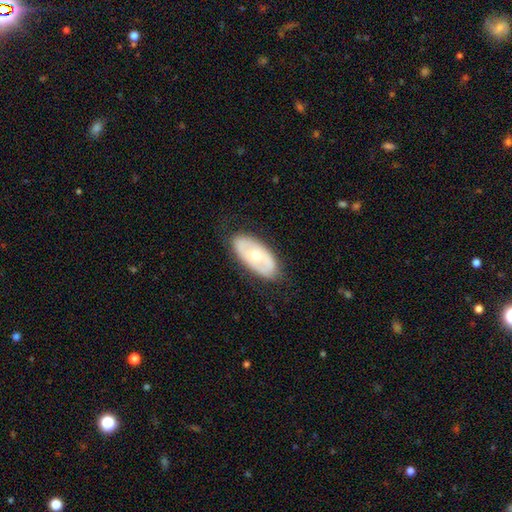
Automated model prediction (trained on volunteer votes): Morphology: type=featured or disk (52%); edge-on=no (87%); merging=none (81%).